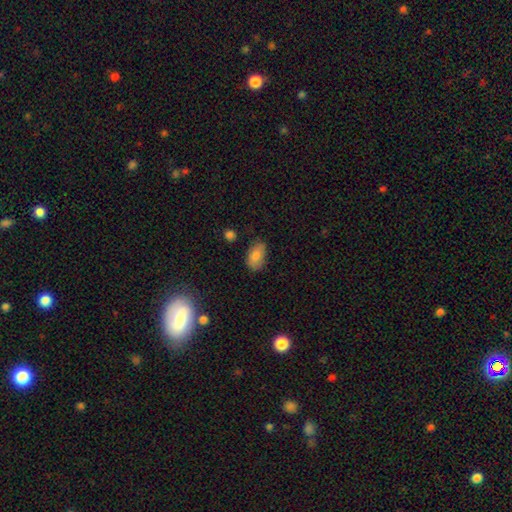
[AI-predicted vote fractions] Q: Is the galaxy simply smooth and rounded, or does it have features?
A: smooth — 83%.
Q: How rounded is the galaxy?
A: in between — 92%.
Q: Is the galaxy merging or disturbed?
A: none — 75%.